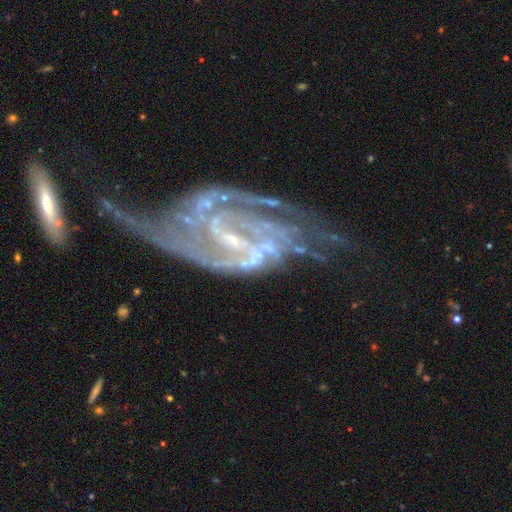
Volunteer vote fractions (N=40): smooth-or-featured: featured or disk: 90% | star or artifact: 8% | smooth: 2%
  disk-edge-on: no: 94% | yes: 6%
    bar: strong: 44% | weak: 38% | no: 18%
    has-spiral-arms: yes: 100% | no: 0%
      spiral-winding: medium: 50% | loose: 38% | tight: 12%
      spiral-arm-count: 2: 53% | 3: 21% | can't tell: 15% | 4: 9% | more than 4: 3% | 1: 0%
    bulge-size: small: 71% | none: 18% | moderate: 9% | dominant: 3% | large: 0%
  merging: none: 41% | major disturbance: 38% | minor disturbance: 19% | merger: 3%